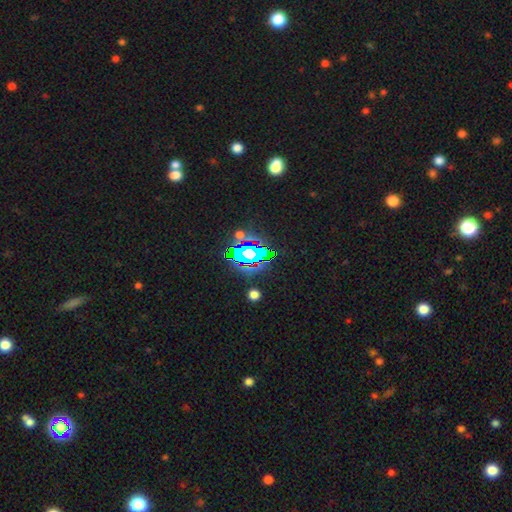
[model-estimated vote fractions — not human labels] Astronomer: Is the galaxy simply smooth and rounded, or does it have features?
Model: star or artifact — 80%.